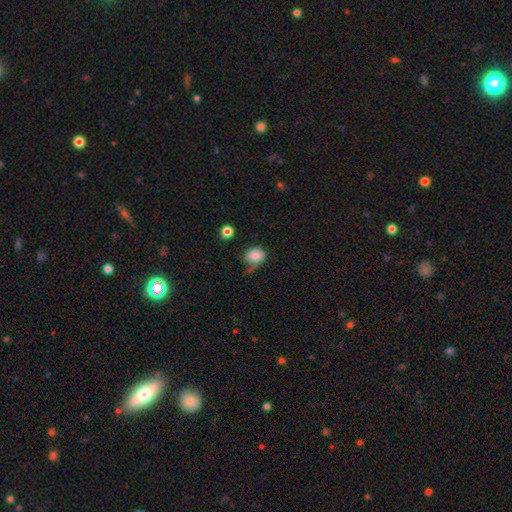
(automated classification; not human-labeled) smooth-or-featured: smooth: 84% | star or artifact: 9% | featured or disk: 7%
  how-rounded: in between: 53% | round: 46% | cigar-shaped: 1%
  merging: none: 50% | minor disturbance: 31% | major disturbance: 15% | merger: 5%